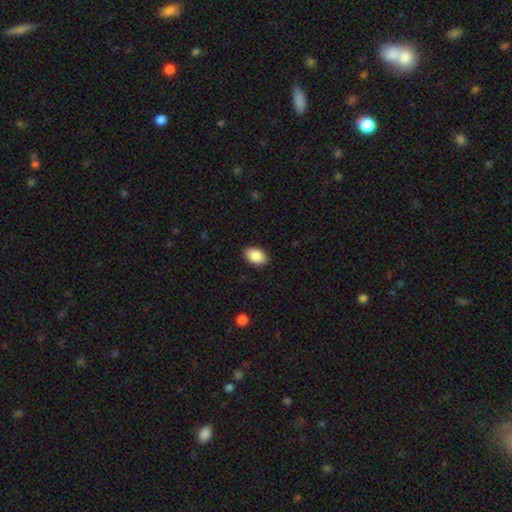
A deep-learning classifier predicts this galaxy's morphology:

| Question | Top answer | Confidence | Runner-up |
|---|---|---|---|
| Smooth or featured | smooth | 88% | star or artifact (7%) |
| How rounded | in between | 90% | round (9%) |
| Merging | none | 89% | minor disturbance (8%) |